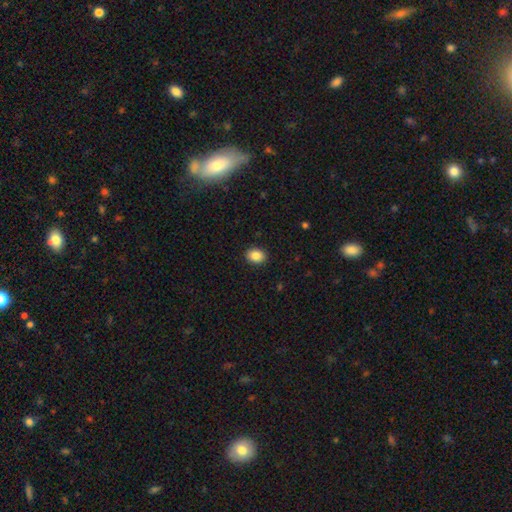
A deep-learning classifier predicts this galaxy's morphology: A smooth galaxy with no disk features (87%) that is in between round and cigar-shaped (64%). Merging: none (90%).